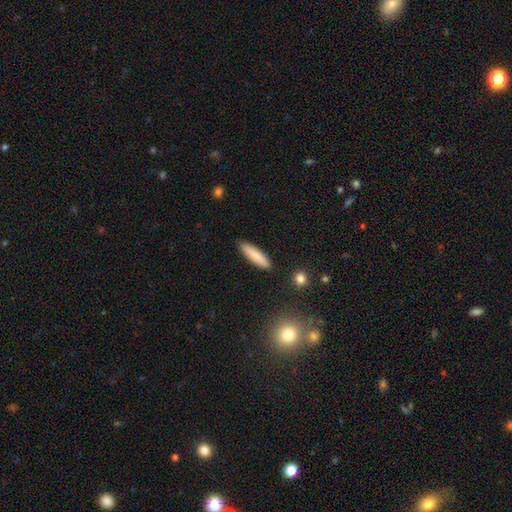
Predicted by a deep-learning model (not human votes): smooth 83%, featured or disk 11%, star or artifact 6%. Down the decision tree: how rounded — cigar-shaped (77%); merging — none (90%).